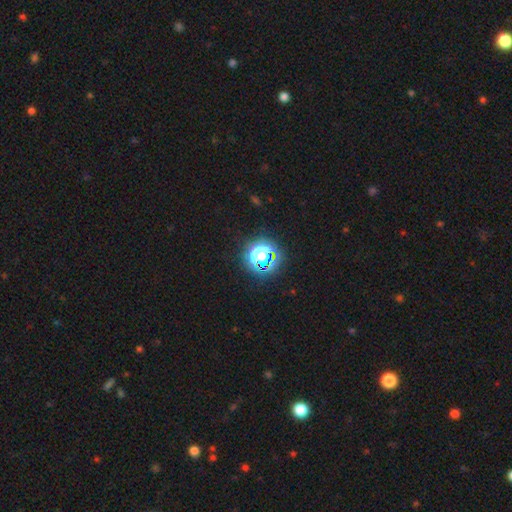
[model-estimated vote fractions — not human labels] Q: Smooth or featured?
A: star or artifact (74%); runner-up: smooth (19%)